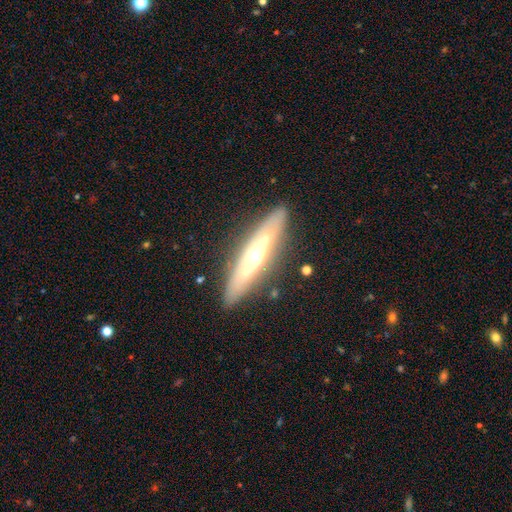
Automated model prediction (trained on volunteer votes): Q: Smooth or featured?
A: featured or disk (69%); runner-up: smooth (24%)
Q: Edge-on disk?
A: yes (70%); runner-up: no (30%)
Q: Merging?
A: none (84%); runner-up: minor disturbance (12%)